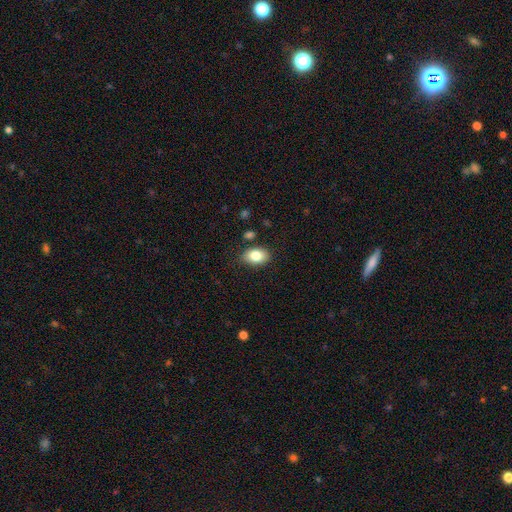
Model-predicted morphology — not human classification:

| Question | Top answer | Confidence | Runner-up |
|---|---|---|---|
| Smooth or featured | smooth | 84% | featured or disk (8%) |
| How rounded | in between | 87% | round (12%) |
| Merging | none | 84% | minor disturbance (11%) |